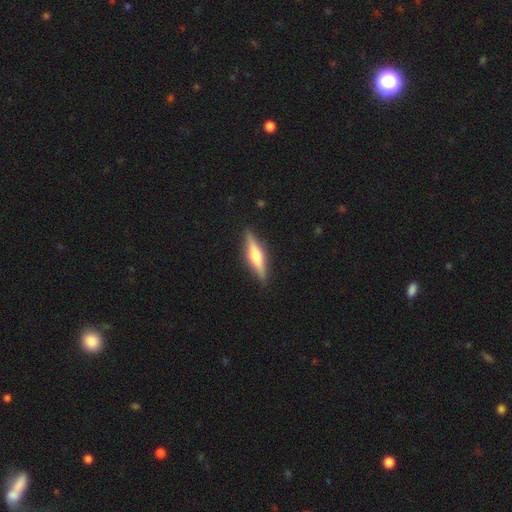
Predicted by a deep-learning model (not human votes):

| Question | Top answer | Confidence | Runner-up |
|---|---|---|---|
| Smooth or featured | featured or disk | 62% | smooth (33%) |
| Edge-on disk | yes | 96% | no (4%) |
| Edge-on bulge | rounded | 89% | boxy (6%) |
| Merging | none | 90% | minor disturbance (8%) |